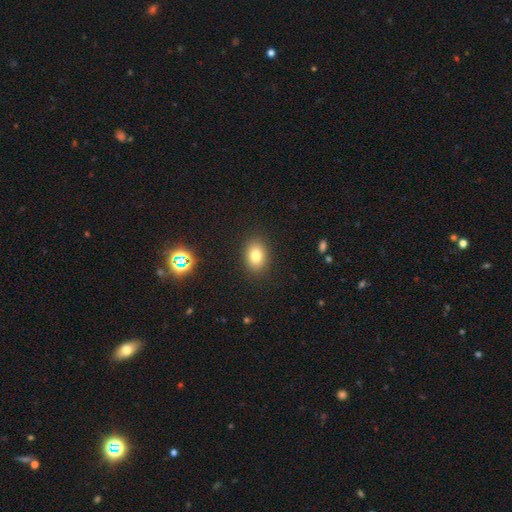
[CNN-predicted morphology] This is likely a smooth galaxy (79%). How rounded: likely in between (67%). Merging: clearly none (88%).